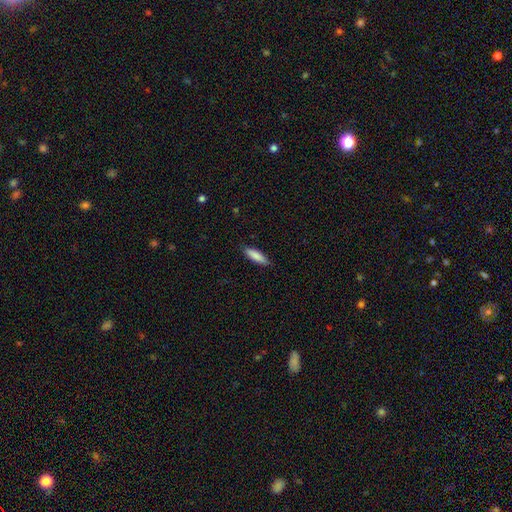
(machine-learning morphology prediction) A smooth galaxy with no disk features (84%) that is cigar-shaped (65%). Merging: none (85%).